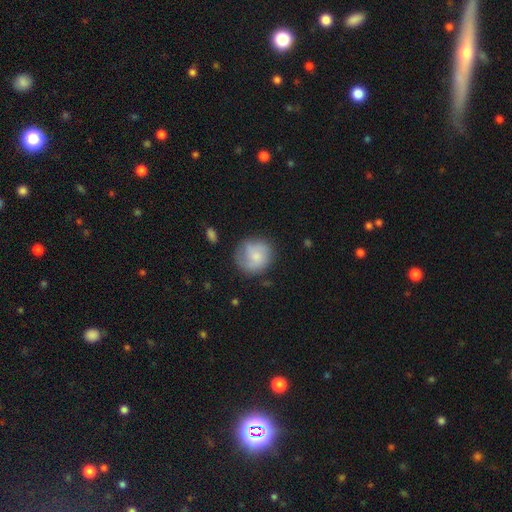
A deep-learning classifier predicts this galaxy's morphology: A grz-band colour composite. It shows a smooth galaxy with no disk features (63%) that is round (88%). Merging: none (65%).